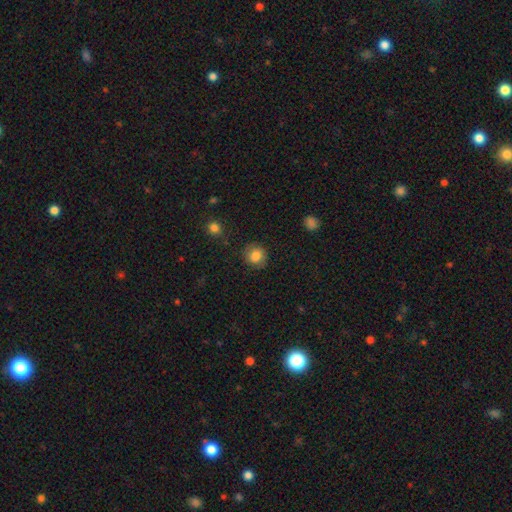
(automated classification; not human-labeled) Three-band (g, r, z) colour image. It shows a smooth galaxy with no disk features (83%) that is round (85%). Merging: none (83%).